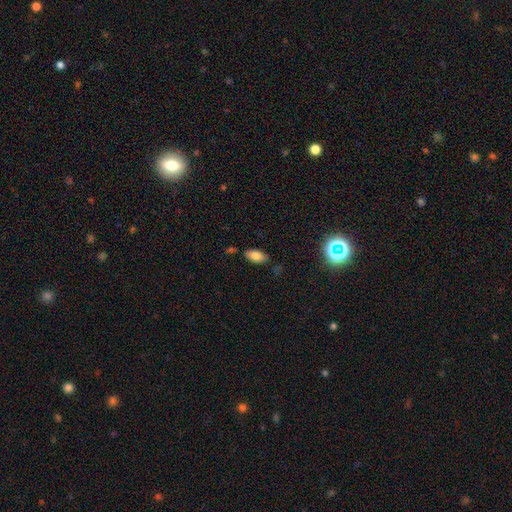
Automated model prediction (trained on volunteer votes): A smooth galaxy with no disk features (80%) that is in between round and cigar-shaped (91%).

Vote fractions:
- Smooth or featured? smooth: 80% / featured or disk: 11% / star or artifact: 10%
- How rounded? in between: 91% / cigar-shaped: 7% / round: 3%
- Merging? none: 80% / minor disturbance: 13% / merger: 4% / major disturbance: 3%